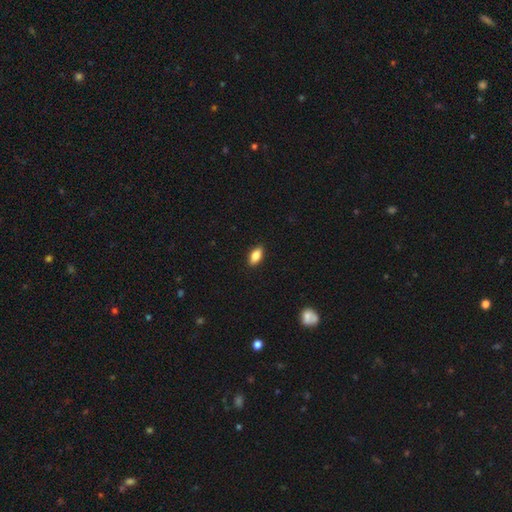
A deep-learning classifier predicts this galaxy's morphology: This is clearly a smooth galaxy (85%). How rounded: clearly in between (89%). Merging: clearly none (90%).